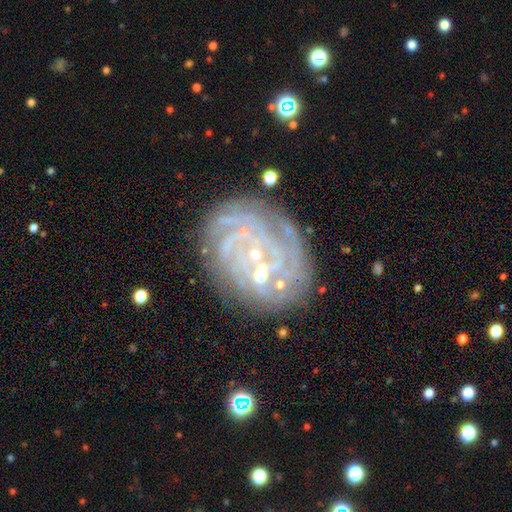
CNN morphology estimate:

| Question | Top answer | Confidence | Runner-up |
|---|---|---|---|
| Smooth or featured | featured or disk | 82% | star or artifact (11%) |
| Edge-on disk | no | 97% | yes (3%) |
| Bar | no | 62% | weak (27%) |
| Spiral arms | yes | 97% | no (3%) |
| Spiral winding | tight | 80% | medium (16%) |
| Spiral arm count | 4 | 23% | can't tell (22%) |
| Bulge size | small | 80% | moderate (14%) |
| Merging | none | 76% | minor disturbance (15%) |